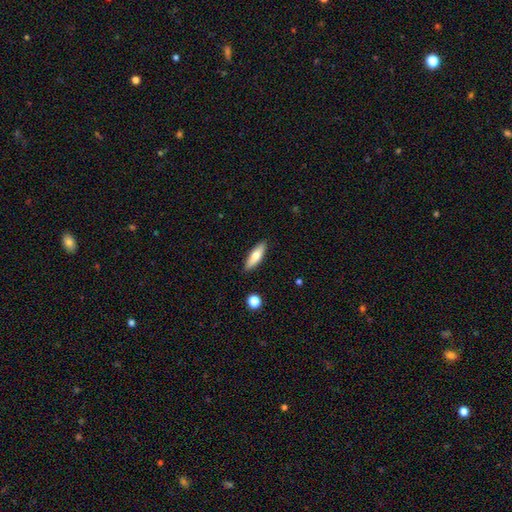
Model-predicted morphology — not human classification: This is likely a smooth galaxy (69%). How rounded: possibly cigar-shaped (54%). Merging: clearly none (88%).